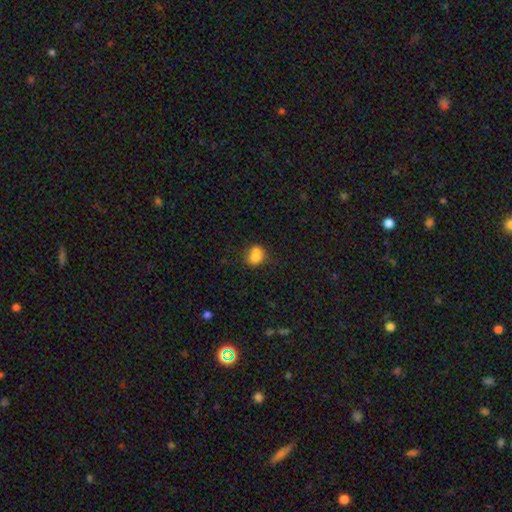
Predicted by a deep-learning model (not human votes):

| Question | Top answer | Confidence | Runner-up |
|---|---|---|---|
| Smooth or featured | smooth | 77% | featured or disk (12%) |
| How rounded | round | 58% | in between (41%) |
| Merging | none | 40% | merger (38%) |